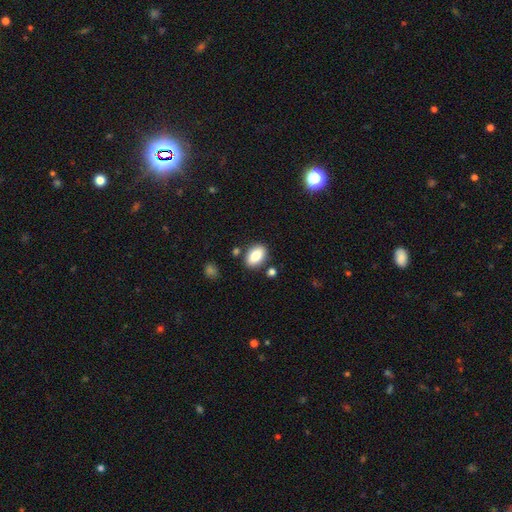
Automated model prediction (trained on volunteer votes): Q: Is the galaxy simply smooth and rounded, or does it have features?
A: smooth — 83%.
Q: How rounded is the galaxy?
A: in between — 87%.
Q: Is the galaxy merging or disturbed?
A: none — 81%.